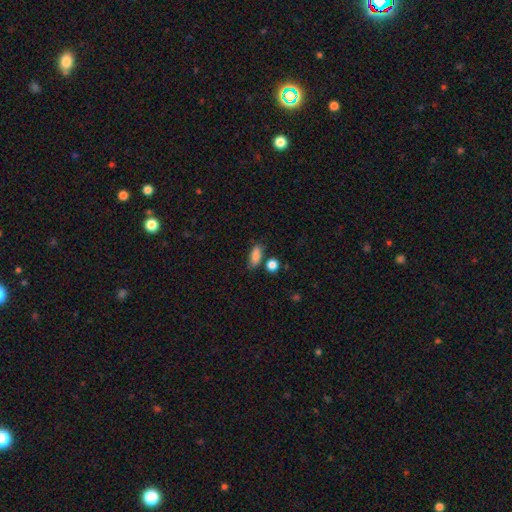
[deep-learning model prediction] A smooth galaxy with no disk features (84%) that is in between round and cigar-shaped (81%).

Vote fractions:
- Smooth or featured? smooth: 84% / star or artifact: 8% / featured or disk: 8%
- How rounded? in between: 81% / cigar-shaped: 12% / round: 7%
- Merging? none: 70% / minor disturbance: 17% / merger: 9% / major disturbance: 4%